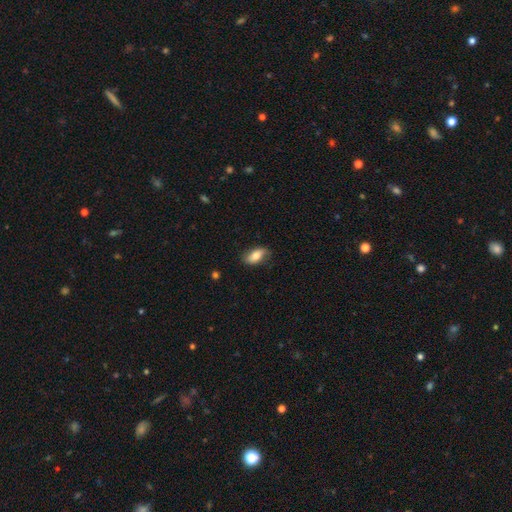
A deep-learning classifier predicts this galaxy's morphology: Smooth or featured? smooth (75%)
How rounded? in between (90%)
Merging? none (75%)